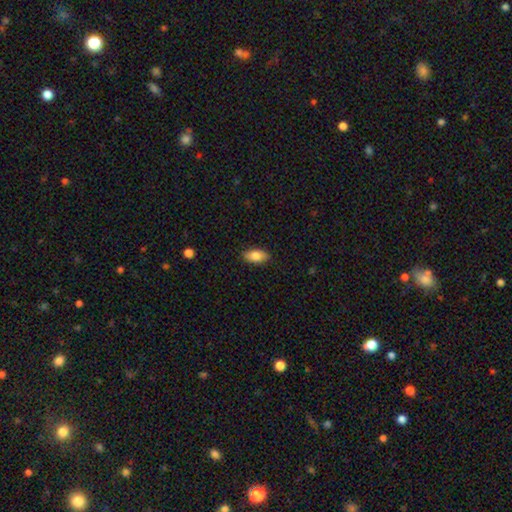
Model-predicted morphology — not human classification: Smooth or featured? Predicted: smooth (p=0.82). How rounded? Predicted: in between (p=0.89). Merging? Predicted: none (p=0.87).